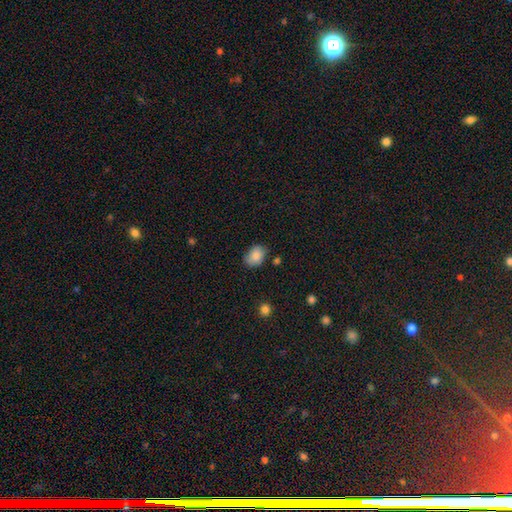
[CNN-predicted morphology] Smooth or featured? Predicted: smooth (p=0.85). How rounded? Predicted: in between (p=0.71). Merging? Predicted: none (p=0.73).